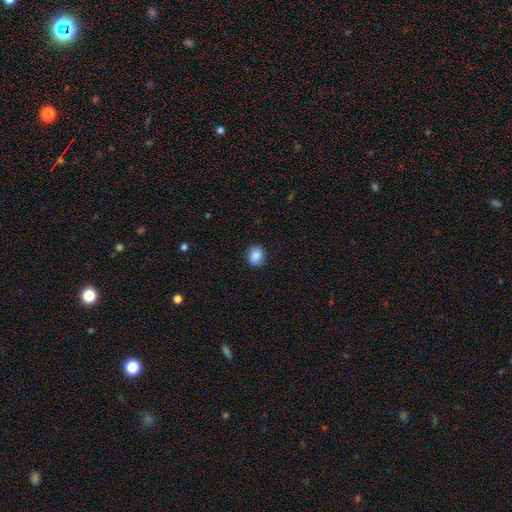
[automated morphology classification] smooth_or_featured: smooth (p=0.86) [alt: star or artifact p=0.09]
how_rounded: round (p=0.68) [alt: in between p=0.31]
merging: none (p=0.85) [alt: minor disturbance p=0.12]